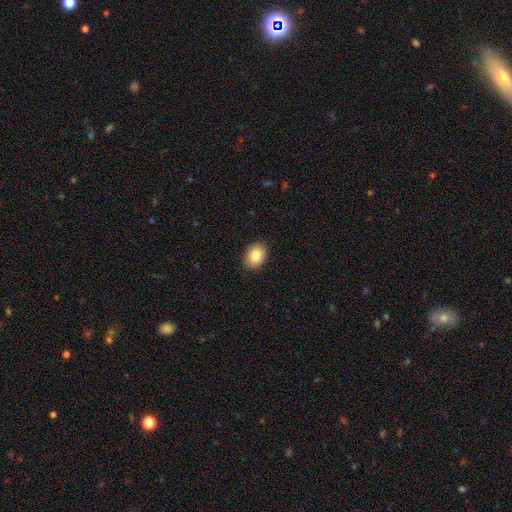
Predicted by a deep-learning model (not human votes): Smooth or featured? smooth (84%)
How rounded? in between (57%)
Merging? none (89%)